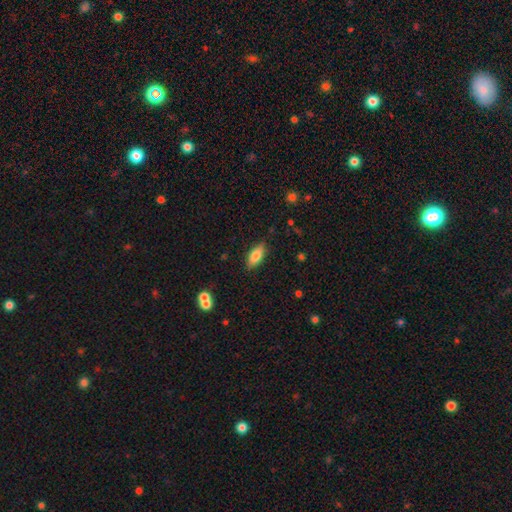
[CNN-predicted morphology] This appears to be a smooth galaxy with no disk features (76%) that is in between round and cigar-shaped (76%). Merging: none (85%).